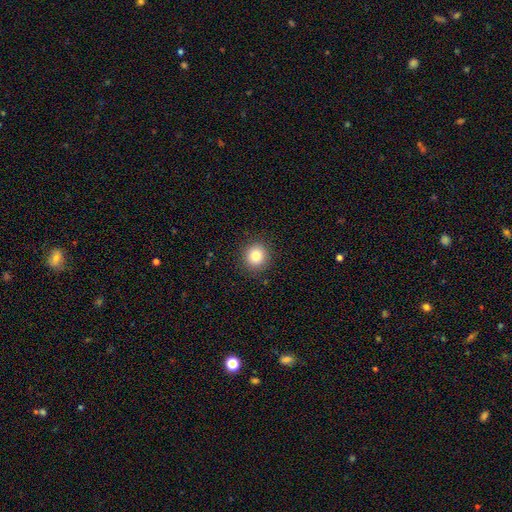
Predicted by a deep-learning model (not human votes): smooth-or-featured: smooth: 84% | star or artifact: 10% | featured or disk: 6%
  how-rounded: round: 90% | in between: 9% | cigar-shaped: 1%
  merging: none: 90% | minor disturbance: 7% | major disturbance: 2% | merger: 1%